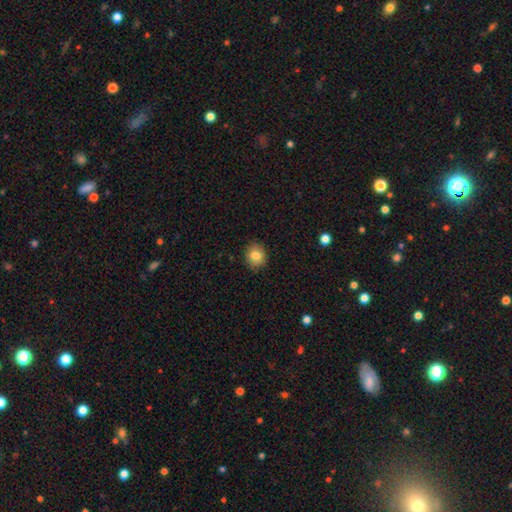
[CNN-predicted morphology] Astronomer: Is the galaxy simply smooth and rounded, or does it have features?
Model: smooth — 82%.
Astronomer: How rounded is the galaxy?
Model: round — 73%.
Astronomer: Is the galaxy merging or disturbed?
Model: none — 89%.